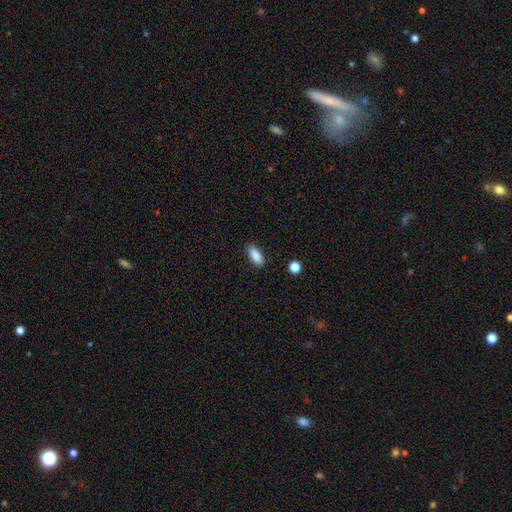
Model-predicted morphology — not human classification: Q: Smooth or featured?
A: smooth (88%); runner-up: star or artifact (7%)
Q: How rounded?
A: in between (80%); runner-up: cigar-shaped (17%)
Q: Merging?
A: none (87%); runner-up: minor disturbance (10%)